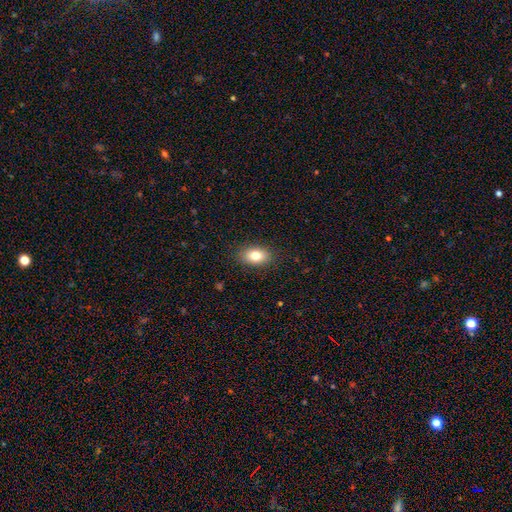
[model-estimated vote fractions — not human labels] Smooth or featured: smooth — 80% (featured or disk — 11%)
How rounded: in between — 85% (round — 13%)
Merging: none — 88% (minor disturbance — 9%)